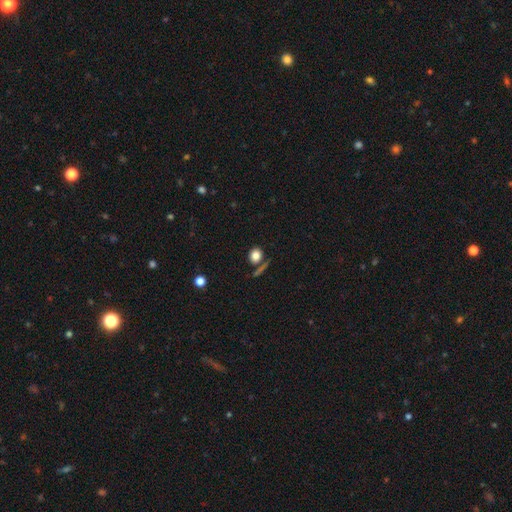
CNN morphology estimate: smooth_or_featured: smooth (p=0.82) [alt: star or artifact p=0.11]
how_rounded: round (p=0.65) [alt: in between p=0.32]
merging: none (p=0.74) [alt: minor disturbance p=0.11]